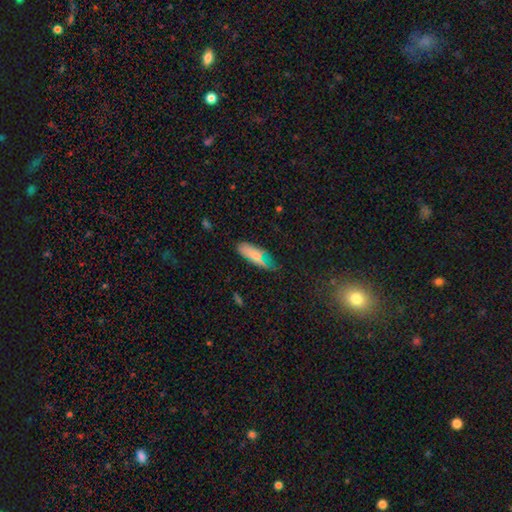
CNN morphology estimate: This appears to be a smooth galaxy with no disk features (73%) that is in between round and cigar-shaped (54%). Merging: none (61%).